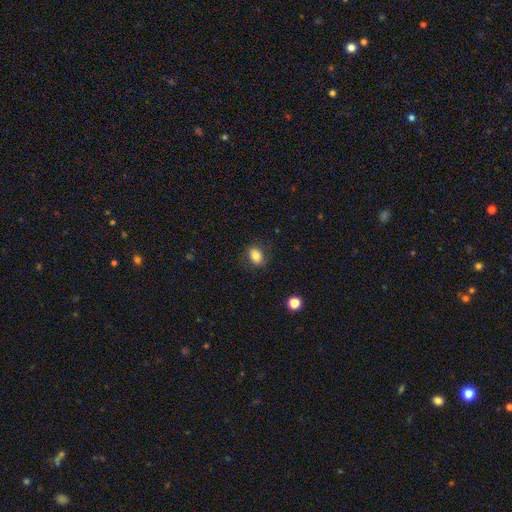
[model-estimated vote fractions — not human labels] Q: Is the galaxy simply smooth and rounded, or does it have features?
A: smooth — 80%.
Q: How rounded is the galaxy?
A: in between — 58%.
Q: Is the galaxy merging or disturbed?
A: none — 83%.